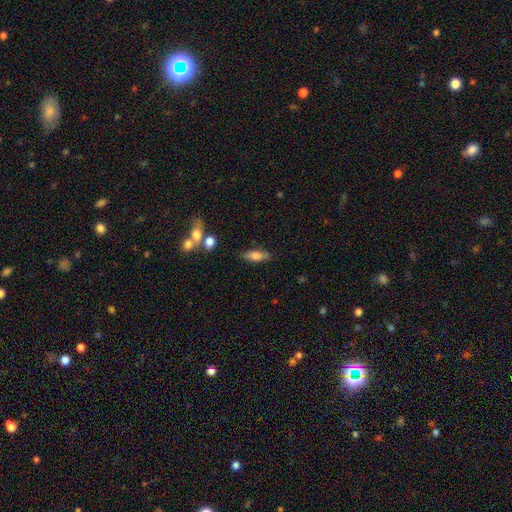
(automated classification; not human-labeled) Overall: smooth (74%). How rounded: in between (68%; cigar-shaped 29%). Merging: none (77%).